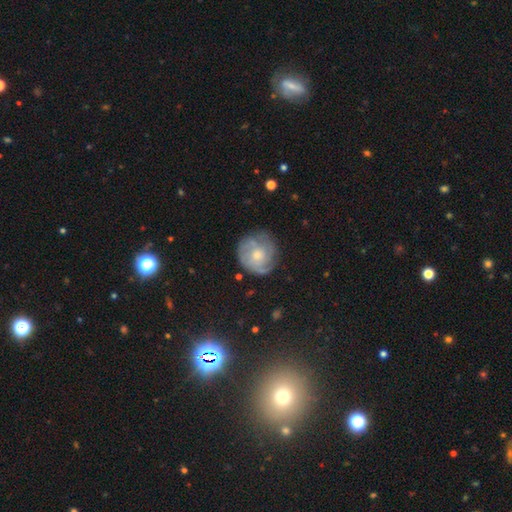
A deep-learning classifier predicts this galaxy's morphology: Overall: featured or disk (63%; smooth 29%). Edge-on disk: no (97%). Bar: no (80%). Spiral arms: yes (83%). Spiral arm count: can't tell (45%; 3 19%). Spiral winding: tight (60%; medium 29%). Bulge size: small (53%; moderate 43%). Merging: none (71%).